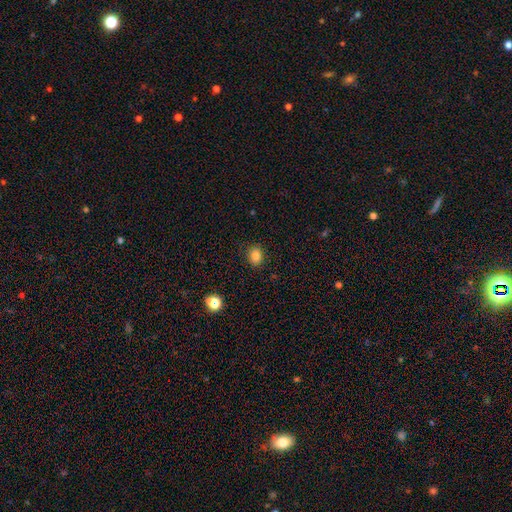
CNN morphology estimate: A smooth galaxy with no disk features (83%) that is in between round and cigar-shaped (52%). Merging: none (88%).